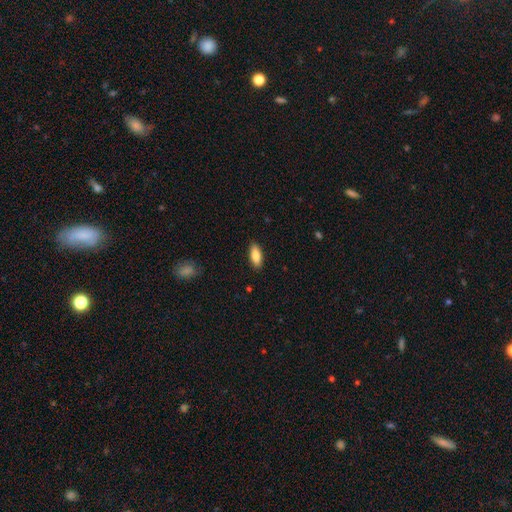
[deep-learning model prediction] smooth 84%, featured or disk 10%, star or artifact 6%. Down the decision tree: how rounded — in between (79%); merging — none (88%).